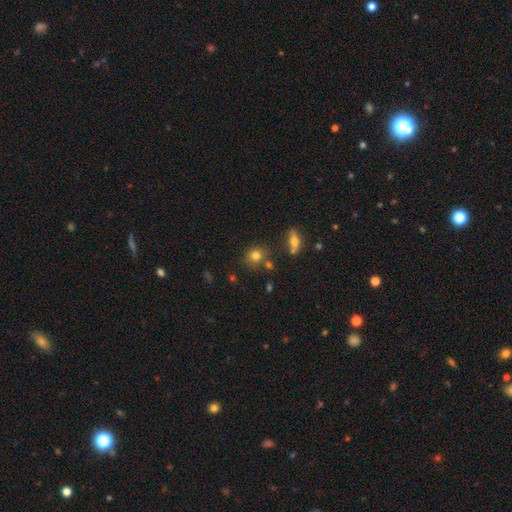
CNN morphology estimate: A smooth galaxy with no disk features (79%) that is round (75%).

Vote fractions:
- Smooth or featured? smooth: 79% / star or artifact: 12% / featured or disk: 9%
- How rounded? round: 75% / in between: 23% / cigar-shaped: 2%
- Merging? none: 71% / minor disturbance: 13% / merger: 12% / major disturbance: 4%